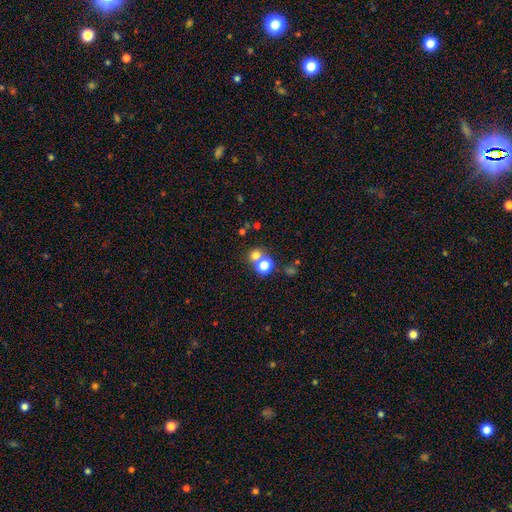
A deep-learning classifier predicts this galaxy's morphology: Overall: smooth (72%). How rounded: round (83%). Merging: none (52%; merger 38%).